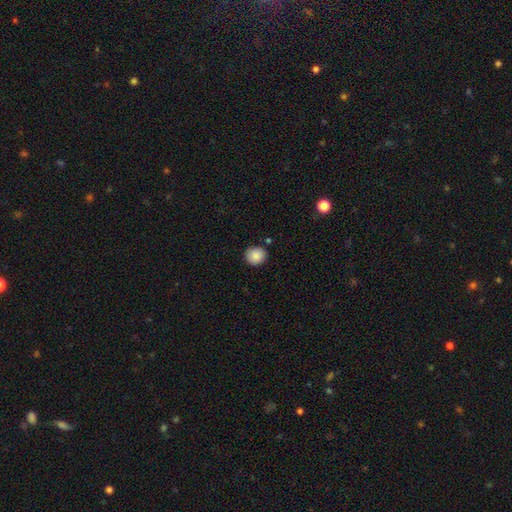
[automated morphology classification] smooth_or_featured: smooth (p=0.88) [alt: star or artifact p=0.08]
how_rounded: round (p=0.81) [alt: in between p=0.18]
merging: none (p=0.85) [alt: minor disturbance p=0.09]